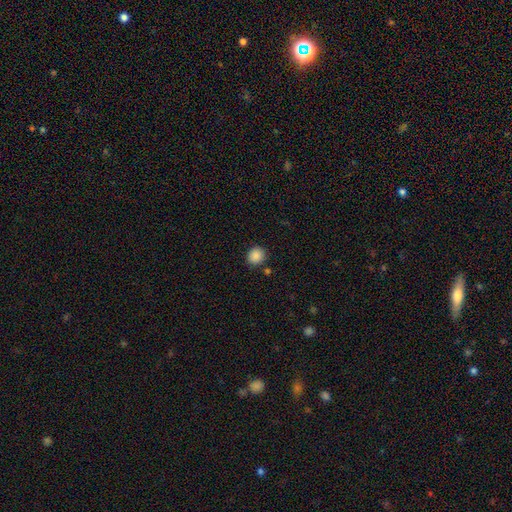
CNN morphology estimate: A smooth galaxy with no disk features (88%) that is round (83%). Merging: none (86%).